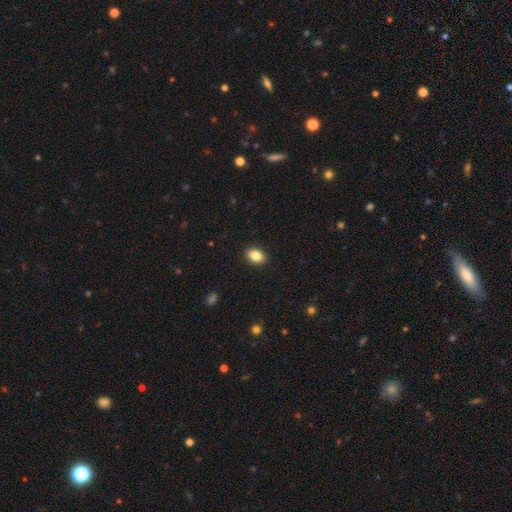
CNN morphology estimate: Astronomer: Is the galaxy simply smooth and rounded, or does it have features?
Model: smooth — 86%.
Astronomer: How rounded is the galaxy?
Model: in between — 79%.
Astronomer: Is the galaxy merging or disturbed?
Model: none — 90%.